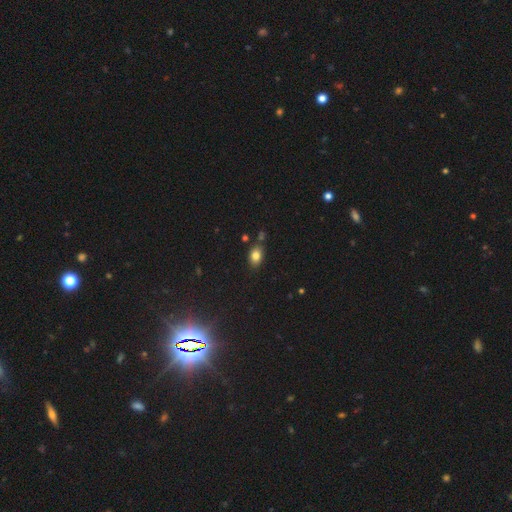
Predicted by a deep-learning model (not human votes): Q: Smooth or featured?
A: smooth (81%); runner-up: star or artifact (11%)
Q: How rounded?
A: in between (77%); runner-up: round (21%)
Q: Merging?
A: none (78%); runner-up: minor disturbance (13%)